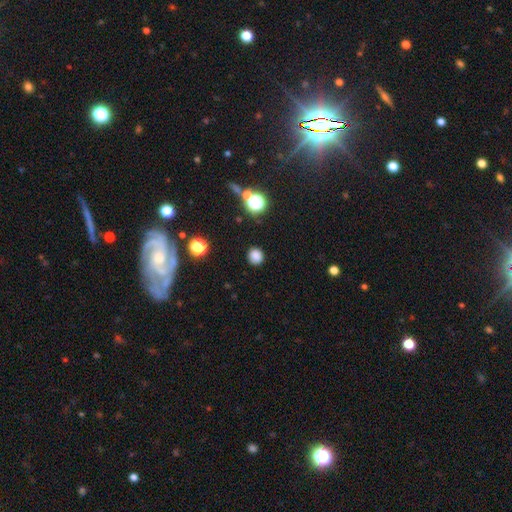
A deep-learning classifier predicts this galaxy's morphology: A smooth galaxy with no disk features (81%) that is round (85%). Merging: none (88%).